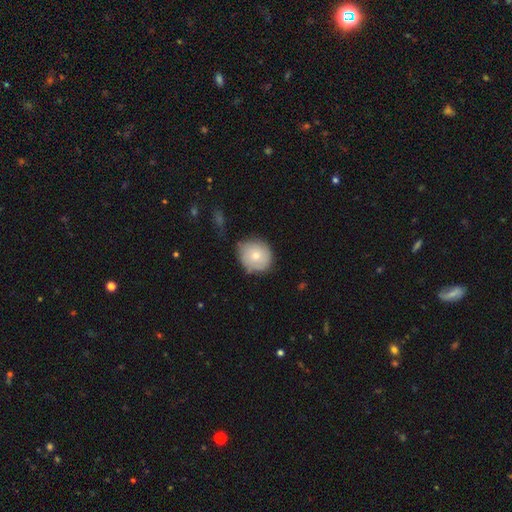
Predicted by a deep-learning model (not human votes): Morphology: type=smooth (68%); roundness=round (82%); merging=none (64%).